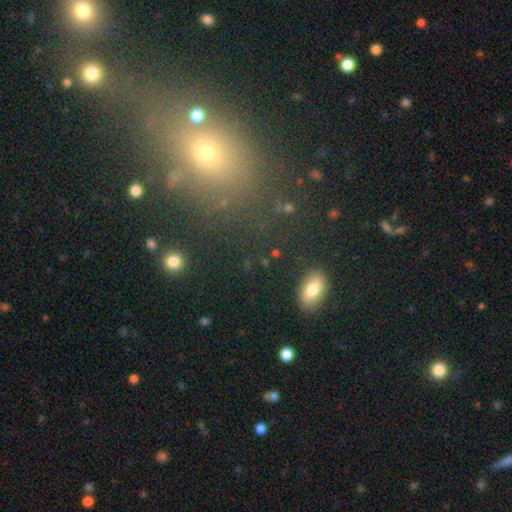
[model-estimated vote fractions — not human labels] Smooth or featured? smooth (54%)
How rounded? in between (68%)
Merging? none (71%)